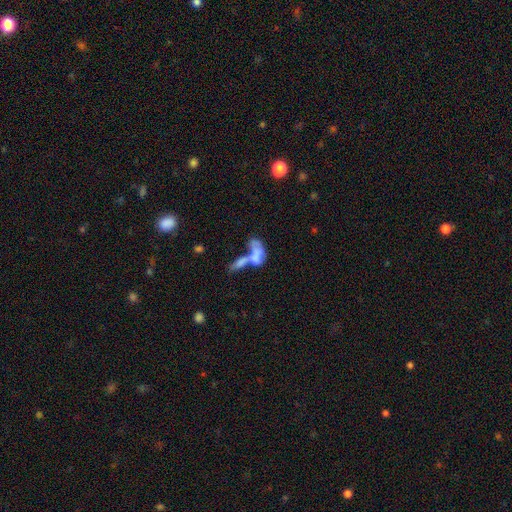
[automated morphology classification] Overall: smooth (55%; featured or disk 35%). How rounded: in between (79%). Merging: merger (68%).